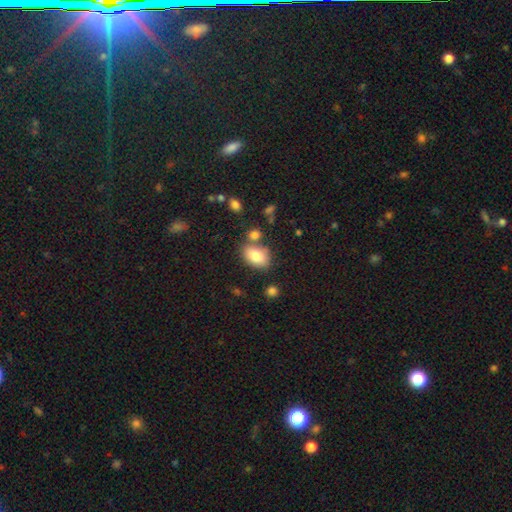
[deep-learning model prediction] Smooth or featured? smooth (80%)
How rounded? in between (87%)
Merging? none (67%)